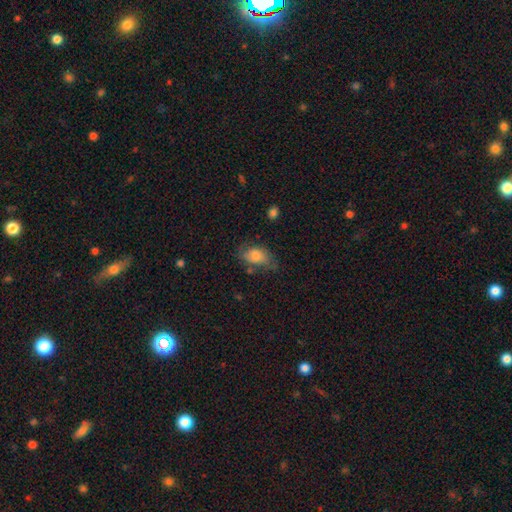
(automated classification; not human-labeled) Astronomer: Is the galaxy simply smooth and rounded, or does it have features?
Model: smooth — 71%.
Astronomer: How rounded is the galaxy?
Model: in between — 85%.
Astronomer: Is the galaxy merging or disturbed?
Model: none — 53% (runner-up: minor disturbance, 31%).